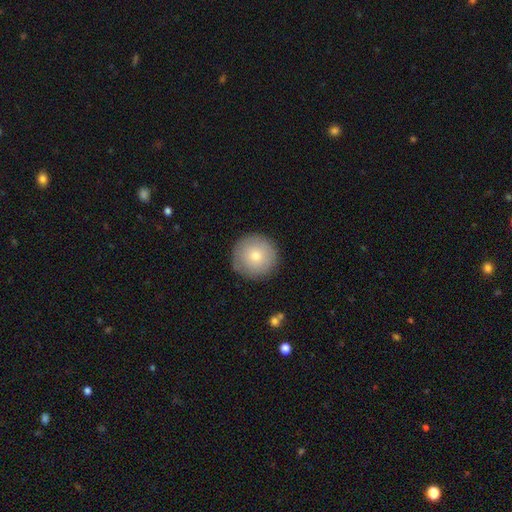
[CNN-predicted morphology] smooth_or_featured: smooth (p=0.75) [alt: featured or disk p=0.18]
how_rounded: round (p=0.96) [alt: in between p=0.03]
merging: none (p=0.86) [alt: minor disturbance p=0.10]